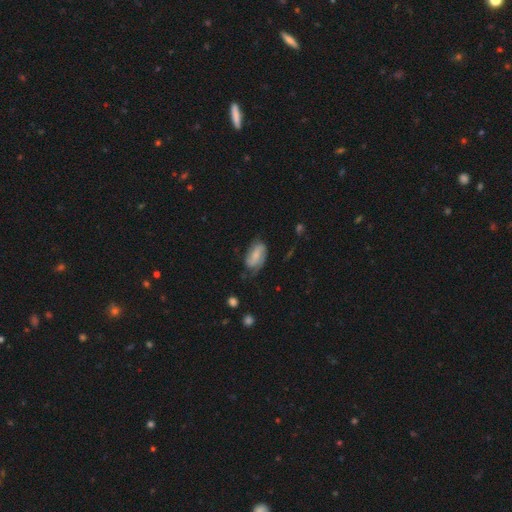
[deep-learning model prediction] Overall: featured or disk (54%; smooth 40%). Edge-on disk: no (95%). Bar: weak (43%; no 36%). Spiral arms: yes (88%). Bulge size: small (44%; moderate 33%). Merging: none (57%; minor disturbance 28%).